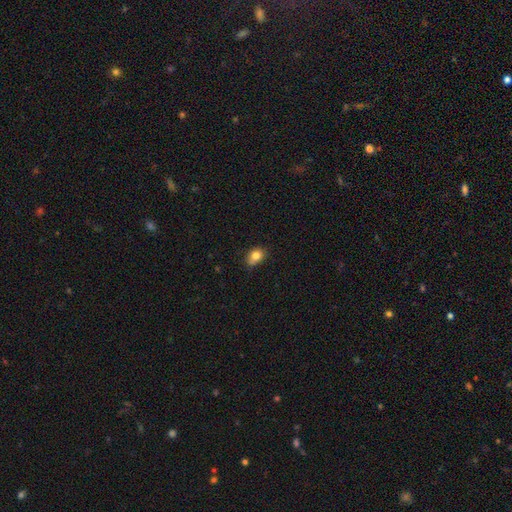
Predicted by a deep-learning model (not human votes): This appears to be a smooth galaxy with no disk features (81%) that is in between round and cigar-shaped (64%). Merging: none (61%).